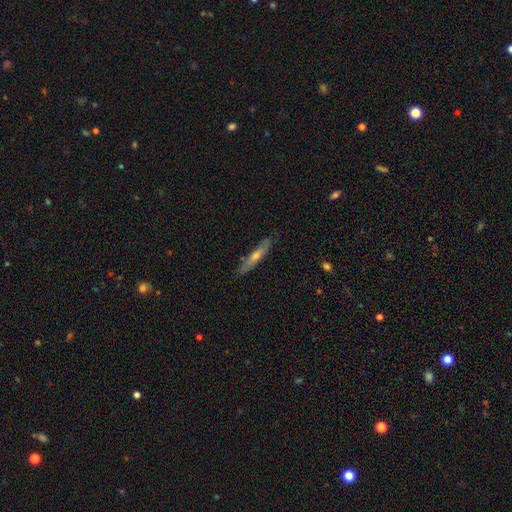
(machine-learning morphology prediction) A featured or disk galaxy (51%) viewed edge-on (84%).

Vote fractions:
- Smooth or featured? featured or disk: 51% / smooth: 42% / star or artifact: 7%
- Edge-on disk? yes: 84% / no: 16%
- Merging? none: 84% / minor disturbance: 12% / major disturbance: 2% / merger: 1%